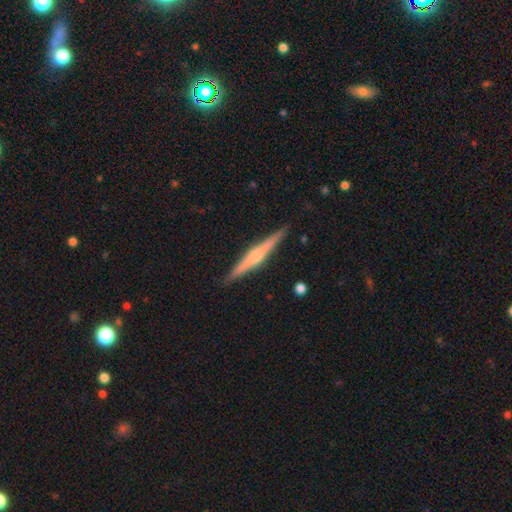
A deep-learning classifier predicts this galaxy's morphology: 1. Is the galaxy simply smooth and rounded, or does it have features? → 68% featured or disk, 27% smooth, 5% star or artifact.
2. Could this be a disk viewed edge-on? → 98% yes, 2% no.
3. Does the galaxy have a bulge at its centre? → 70% rounded, 15% none, 14% boxy.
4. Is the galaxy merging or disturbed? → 90% none, 7% minor disturbance, 1% major disturbance, 1% merger.